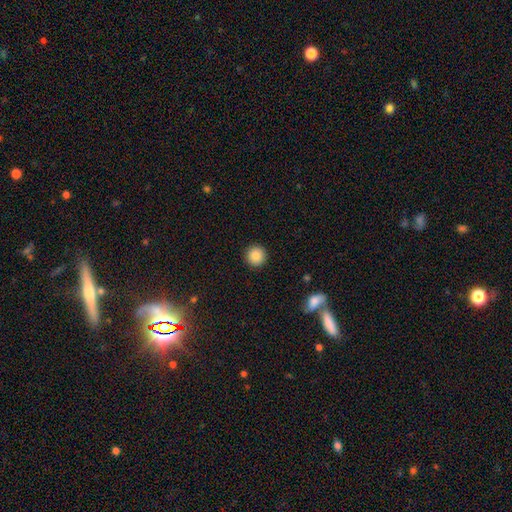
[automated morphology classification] A smooth galaxy with no disk features (87%) that is round (95%). Merging: none (93%).